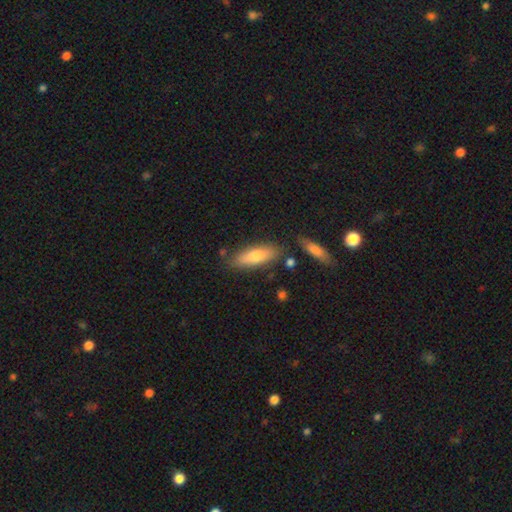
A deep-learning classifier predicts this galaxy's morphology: The model was most divided on "how rounded": in between: 52%, cigar-shaped: 46%, round: 2%. More confident: merging — none (80%); smooth or featured — smooth (71%).